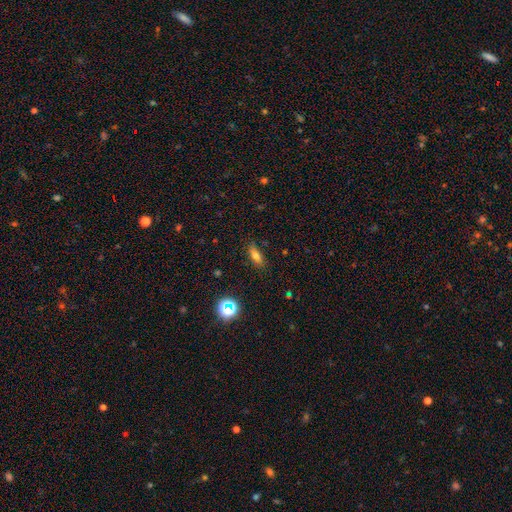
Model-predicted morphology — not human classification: Smooth or featured? smooth (71%)
How rounded? in between (67%)
Merging? none (83%)